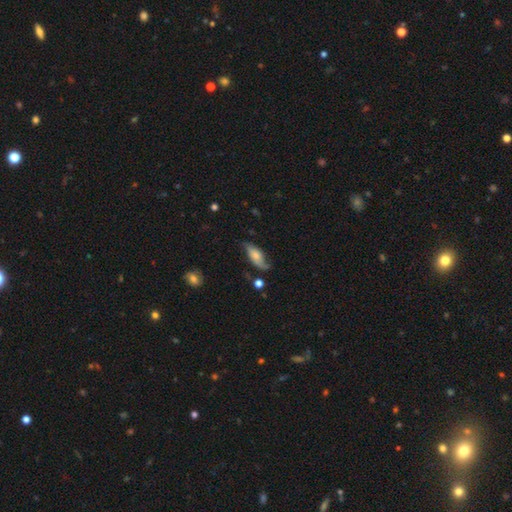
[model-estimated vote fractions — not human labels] Morphology: type=featured or disk (50%); merging=none (55%).